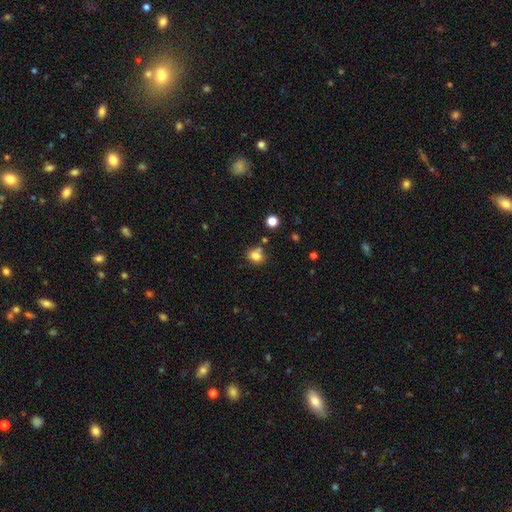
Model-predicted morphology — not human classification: The model was most divided on "how rounded": round: 59%, in between: 40%, cigar-shaped: 1%. More confident: smooth or featured — smooth (79%); merging — none (60%).